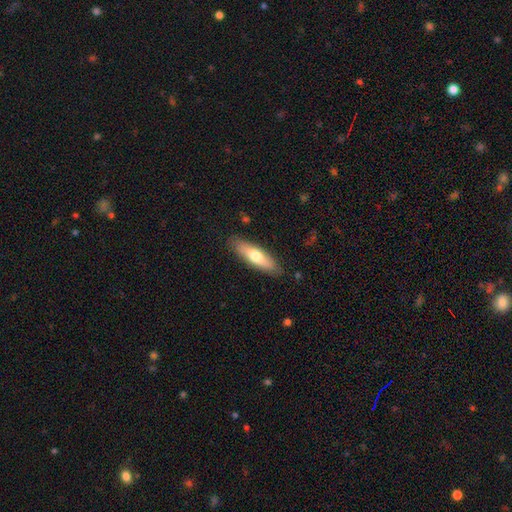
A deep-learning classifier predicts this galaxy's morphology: Smooth or featured?
  - smooth: 63% *
  - featured or disk: 31%
  - star or artifact: 6%
How rounded?
  - cigar-shaped: 59% *
  - in between: 39%
  - round: 2%
Merging?
  - none: 87% *
  - minor disturbance: 10%
  - major disturbance: 2%
  - merger: 1%